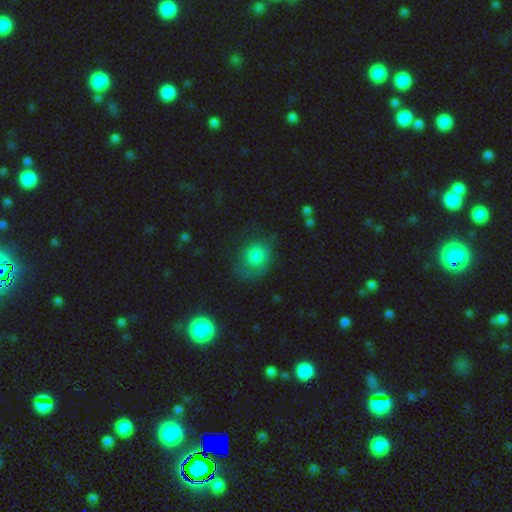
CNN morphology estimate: Q: Smooth or featured?
A: smooth (65%); runner-up: featured or disk (24%)
Q: How rounded?
A: round (62%); runner-up: in between (37%)
Q: Merging?
A: none (55%); runner-up: minor disturbance (24%)